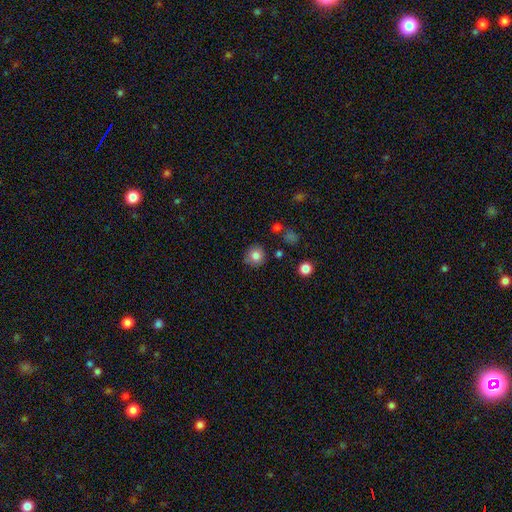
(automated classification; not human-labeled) A smooth galaxy with no disk features (82%) that is round (91%). Merging: none (81%).